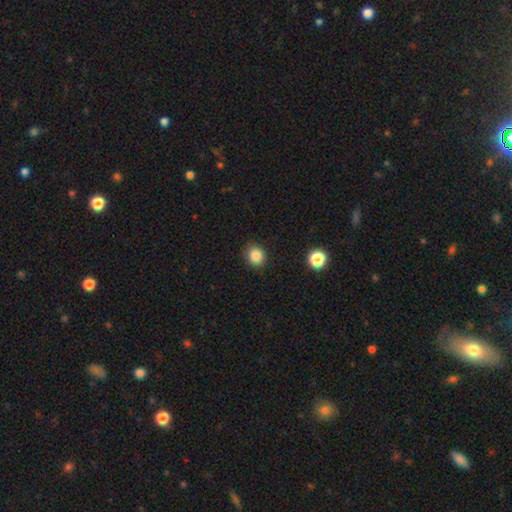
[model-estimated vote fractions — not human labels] Smooth or featured: smooth — 86% (star or artifact — 11%)
How rounded: round — 82% (in between — 17%)
Merging: none — 86% (minor disturbance — 10%)